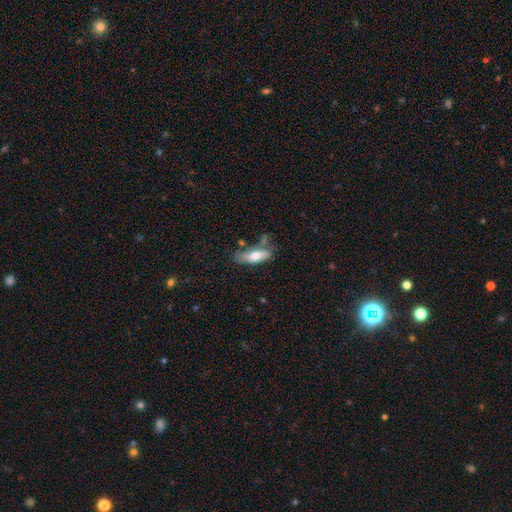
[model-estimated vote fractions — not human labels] This appears to be a smooth galaxy with no disk features (65%) that is in between round and cigar-shaped (63%). Merging: none (57%).